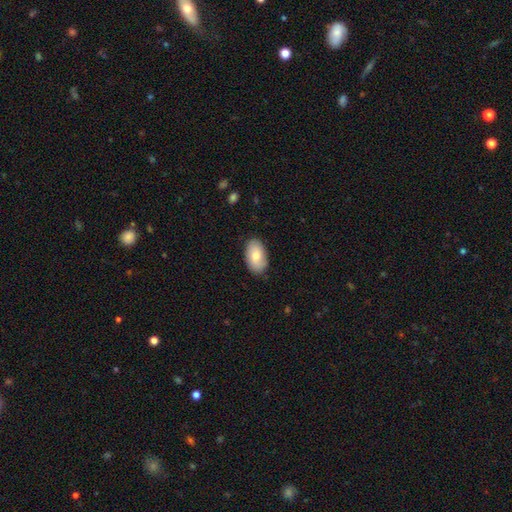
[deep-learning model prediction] smooth_or_featured: smooth (p=0.77) [alt: featured or disk p=0.17]
how_rounded: in between (p=0.93) [alt: round p=0.06]
merging: none (p=0.86) [alt: minor disturbance p=0.11]